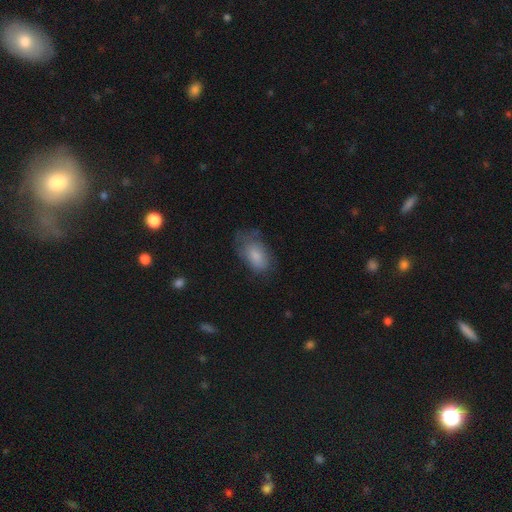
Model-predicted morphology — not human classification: Smooth or featured? Predicted: smooth (p=0.79). How rounded? Predicted: in between (p=0.91). Merging? Predicted: none (p=0.53).